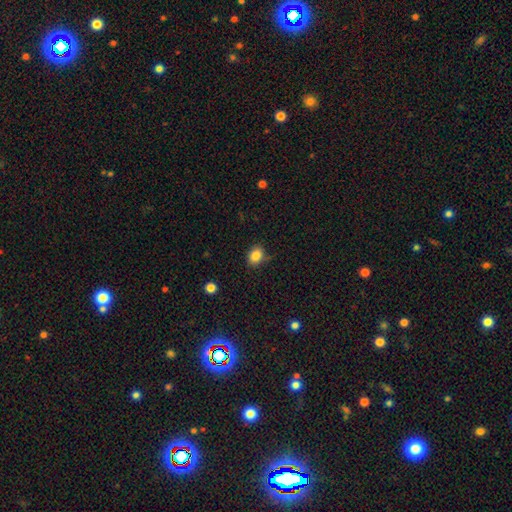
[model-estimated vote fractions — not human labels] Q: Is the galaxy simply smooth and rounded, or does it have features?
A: smooth — 85%.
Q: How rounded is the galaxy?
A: in between — 59%.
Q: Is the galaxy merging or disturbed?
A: none — 78%.